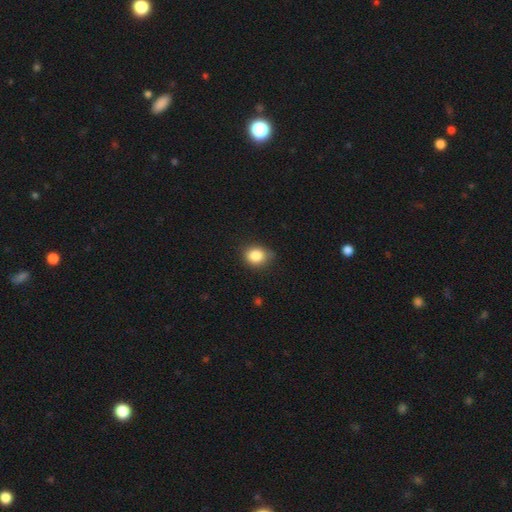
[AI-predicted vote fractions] smooth 85%, star or artifact 10%, featured or disk 5%. Down the decision tree: how rounded — round (63%); merging — none (74%).